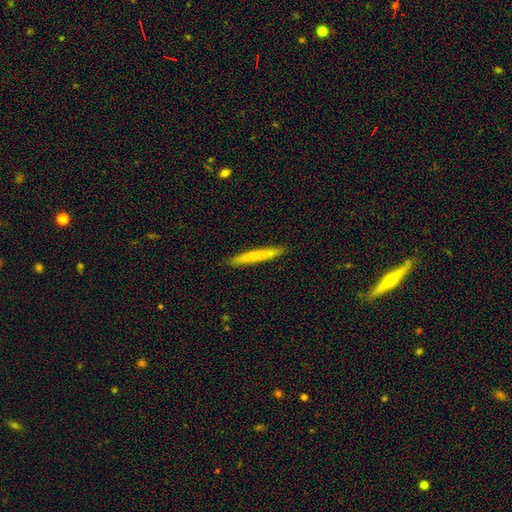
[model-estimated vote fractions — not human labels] The model was most divided on "smooth or featured": smooth: 69%, featured or disk: 25%, star or artifact: 6%. More confident: how rounded — cigar-shaped (97%); merging — none (91%).